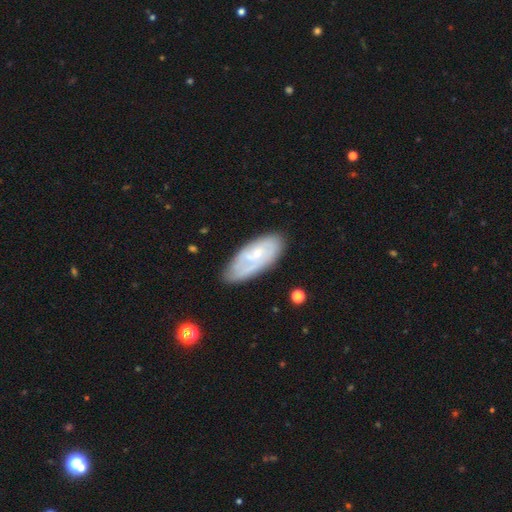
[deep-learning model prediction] Smooth or featured? featured or disk (57%)
Edge-on disk? no (88%)
Bar? no (71%)
Spiral arms? yes (62%)
Bulge size? small (70%)
Merging? none (66%)